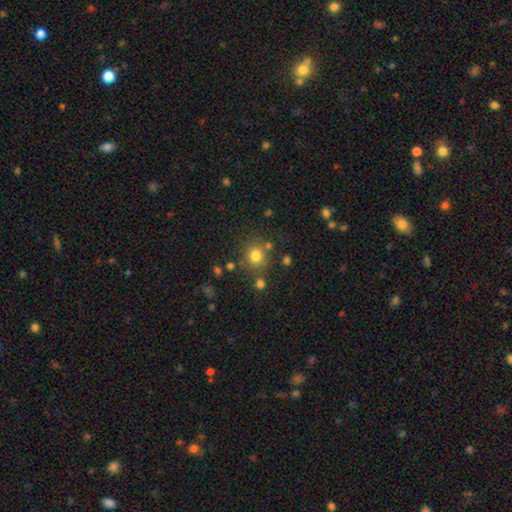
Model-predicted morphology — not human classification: A smooth galaxy with no disk features (78%) that is round (88%). Merging: none (76%).